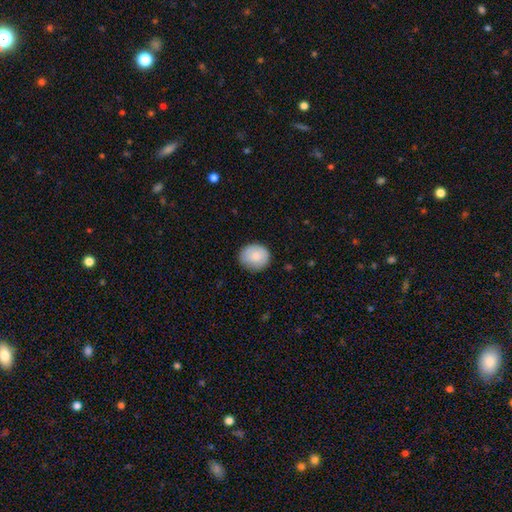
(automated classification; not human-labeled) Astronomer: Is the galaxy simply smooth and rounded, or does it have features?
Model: smooth — 84%.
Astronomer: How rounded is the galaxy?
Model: round — 75%.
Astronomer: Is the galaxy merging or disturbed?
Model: none — 84%.